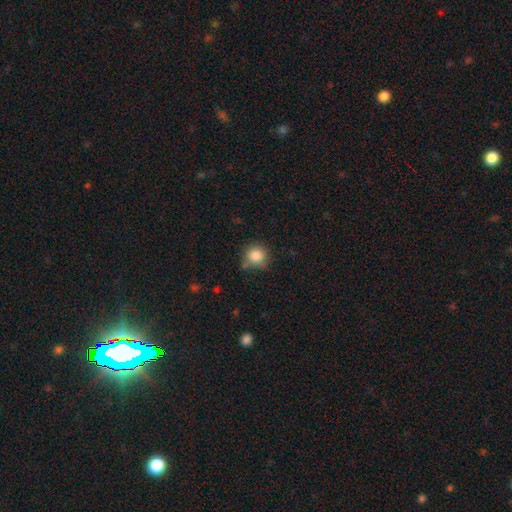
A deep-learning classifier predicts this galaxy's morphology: type=smooth (85%); roundness=round (92%); merging=none (74%).